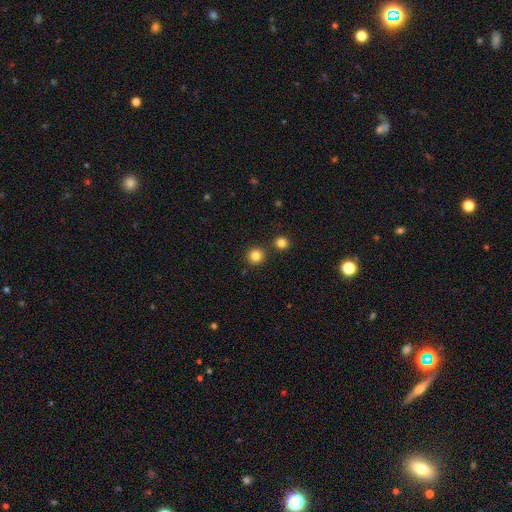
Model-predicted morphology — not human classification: smooth 84%, star or artifact 12%, featured or disk 4%. Down the decision tree: how rounded — round (94%); merging — none (86%).